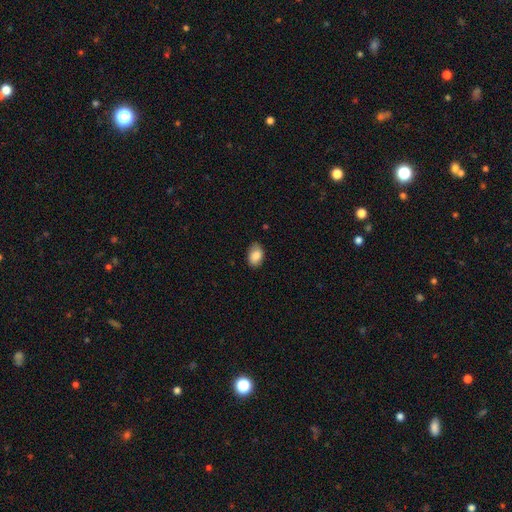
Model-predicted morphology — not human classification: Smooth or featured? smooth (85%)
How rounded? in between (87%)
Merging? none (80%)